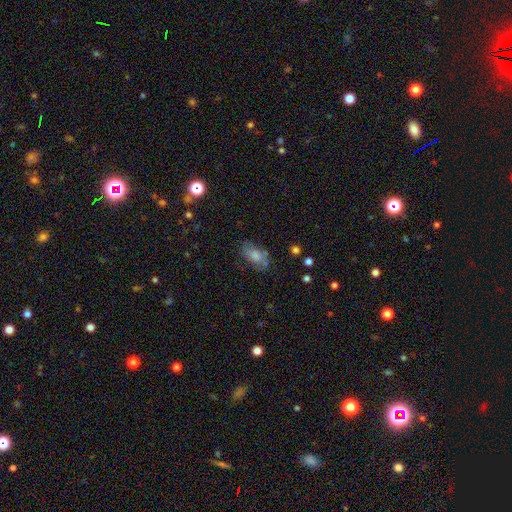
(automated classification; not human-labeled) smooth_or_featured: smooth (p=0.69) [alt: featured or disk p=0.21]
how_rounded: in between (p=0.90) [alt: round p=0.06]
merging: none (p=0.59) [alt: minor disturbance p=0.26]